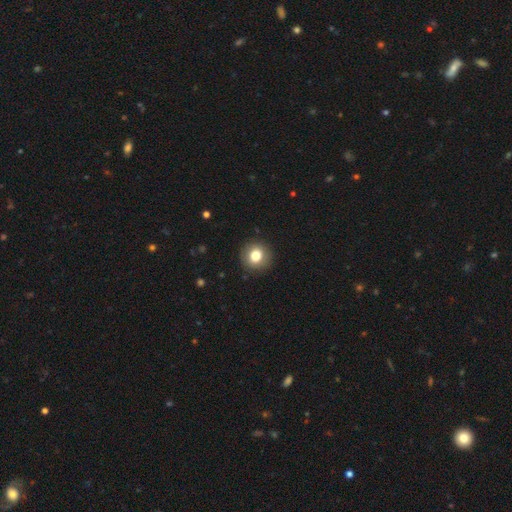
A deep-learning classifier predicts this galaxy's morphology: This appears to be a smooth galaxy with no disk features (80%) that is round (89%). Merging: none (91%).